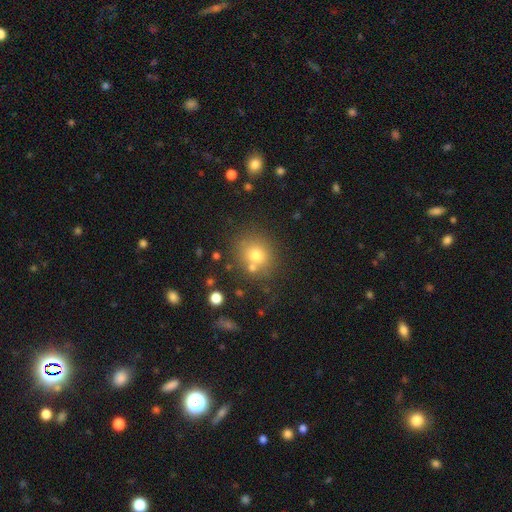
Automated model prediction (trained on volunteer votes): This is likely a smooth galaxy (73%). How rounded: likely round (78%). Merging: likely none (71%).